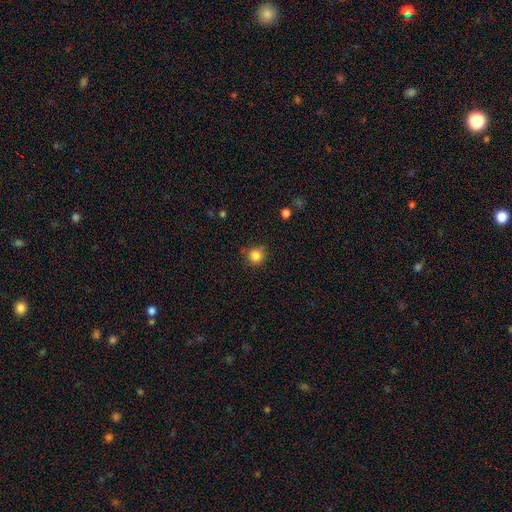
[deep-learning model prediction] smooth-or-featured: smooth: 85% | star or artifact: 11% | featured or disk: 4%
  how-rounded: round: 94% | in between: 5% | cigar-shaped: 1%
  merging: none: 84% | minor disturbance: 11% | major disturbance: 3% | merger: 2%